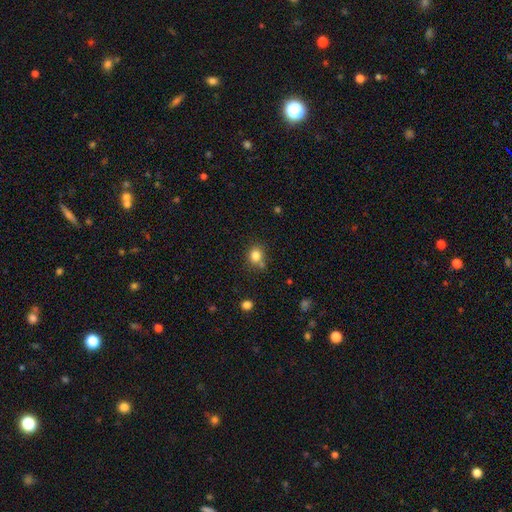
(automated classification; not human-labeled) Smooth or featured? smooth (81%)
How rounded? round (78%)
Merging? none (68%)